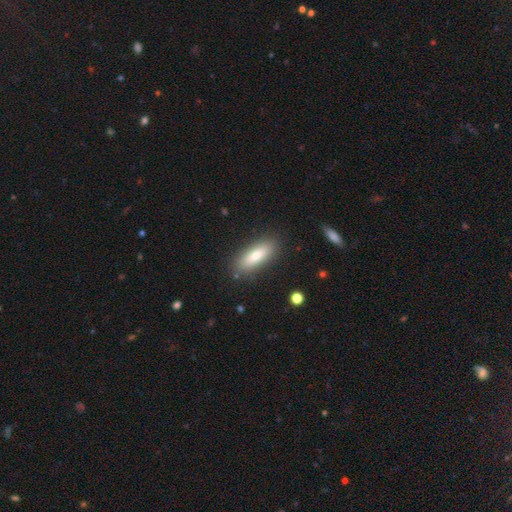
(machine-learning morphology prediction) smooth 75%, featured or disk 18%, star or artifact 7%. Down the decision tree: how rounded — in between (59%); merging — none (86%).